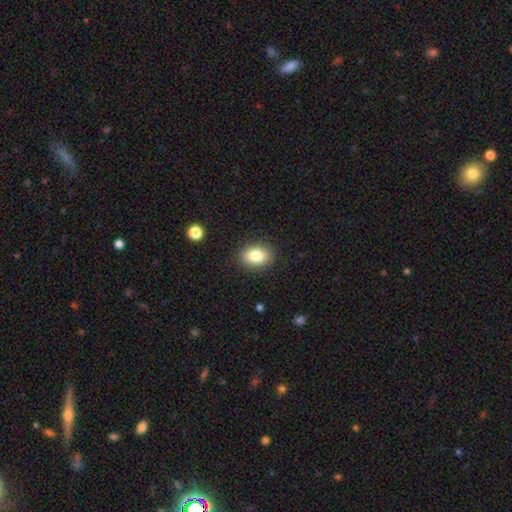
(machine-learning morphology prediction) Smooth or featured: smooth — 83% (star or artifact — 9%)
How rounded: in between — 73% (round — 26%)
Merging: none — 88% (minor disturbance — 8%)